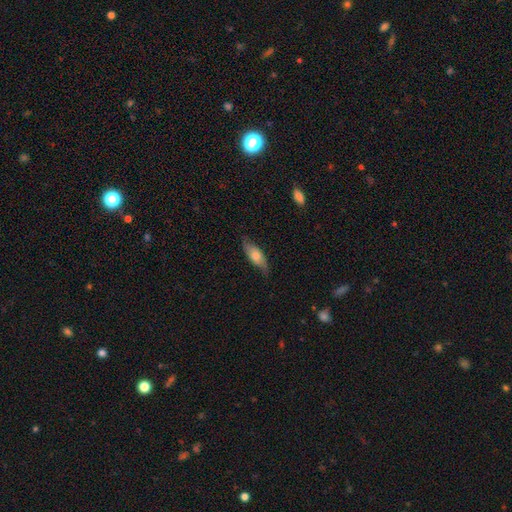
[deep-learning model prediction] The model was most divided on "smooth or featured": smooth: 57%, featured or disk: 37%, star or artifact: 6%. More confident: merging — none (72%); how rounded — in between (71%).